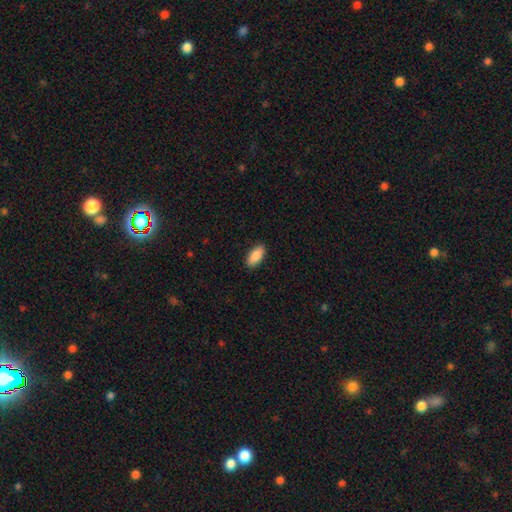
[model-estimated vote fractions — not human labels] This is clearly a smooth galaxy (88%). How rounded: clearly in between (88%). Merging: clearly none (89%).